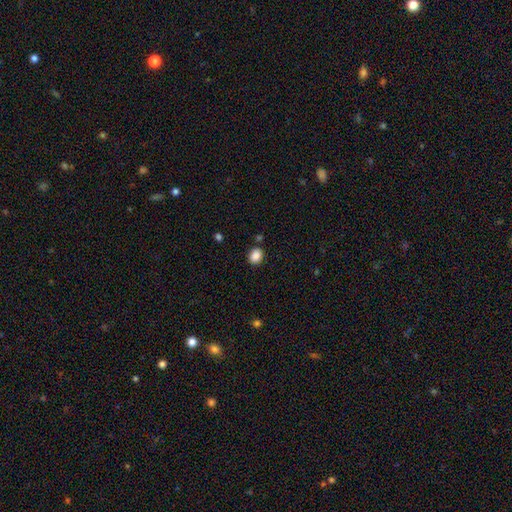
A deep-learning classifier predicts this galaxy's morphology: Smooth or featured: smooth — 87% (star or artifact — 9%)
How rounded: in between — 56% (round — 43%)
Merging: none — 82% (minor disturbance — 11%)